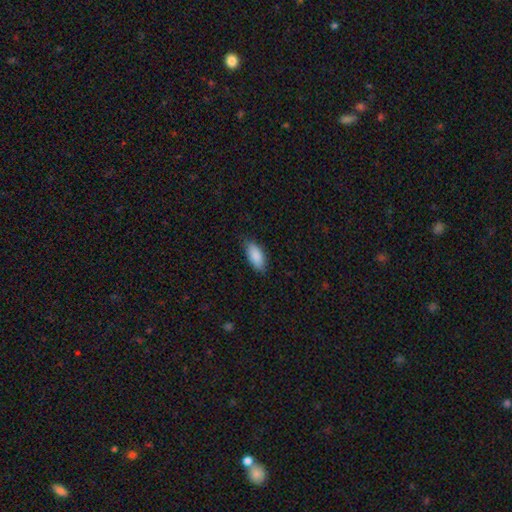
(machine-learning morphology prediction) This appears to be a smooth galaxy with no disk features (89%) that is in between round and cigar-shaped (87%). Merging: none (80%).